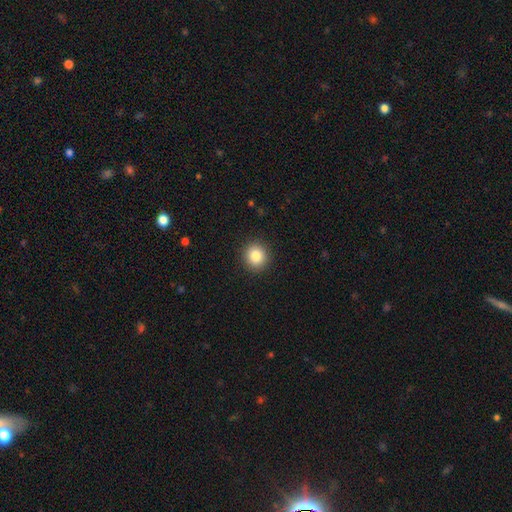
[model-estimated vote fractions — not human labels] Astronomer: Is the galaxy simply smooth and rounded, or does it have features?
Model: smooth — 85%.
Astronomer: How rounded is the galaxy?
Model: round — 90%.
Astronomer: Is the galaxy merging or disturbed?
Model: none — 91%.